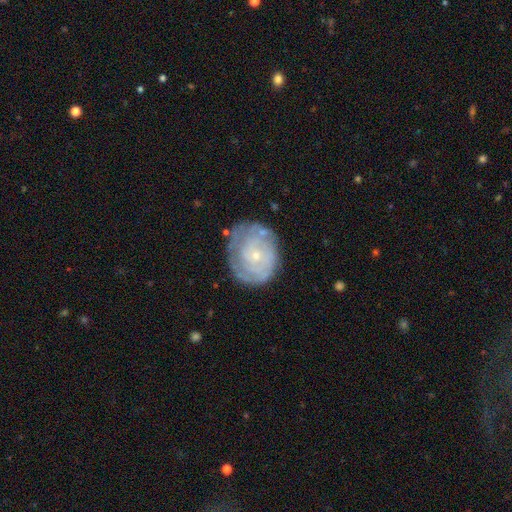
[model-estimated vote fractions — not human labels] A featured or disk galaxy (72%) with no bar (82%), tight (76%) spiral arms (81%) and a small central bulge (79%).

Vote fractions:
- Smooth or featured? featured or disk: 72% / smooth: 21% / star or artifact: 7%
- Edge-on disk? no: 97% / yes: 3%
- Bar? no: 82% / weak: 15% / strong: 3%
- Spiral arms? yes: 81% / no: 19%
- Spiral winding? tight: 76% / medium: 18% / loose: 6%
- Spiral arm count? can't tell: 52% / 2: 19% / 3: 11% / 4: 7% / 1: 7% / more than 4: 5%
- Bulge size? small: 79% / moderate: 17% / none: 2% / large: 1% / dominant: 1%
- Merging? none: 69% / minor disturbance: 21% / major disturbance: 8% / merger: 2%